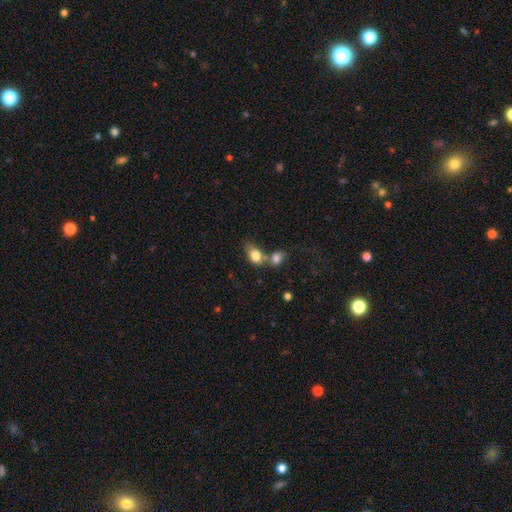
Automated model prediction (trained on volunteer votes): A smooth galaxy with no disk features (80%) that is in between round and cigar-shaped (77%).

Vote fractions:
- Smooth or featured? smooth: 80% / featured or disk: 12% / star or artifact: 8%
- How rounded? in between: 77% / round: 21% / cigar-shaped: 2%
- Merging? merger: 53% / none: 30% / minor disturbance: 11% / major disturbance: 6%